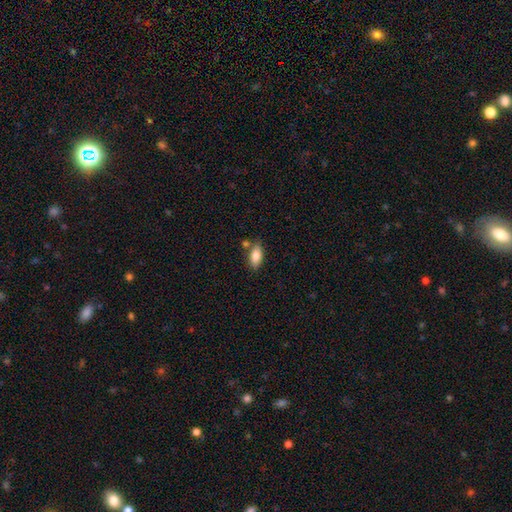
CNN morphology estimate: A smooth galaxy with no disk features (82%) that is in between round and cigar-shaped (88%). Merging: none (72%).